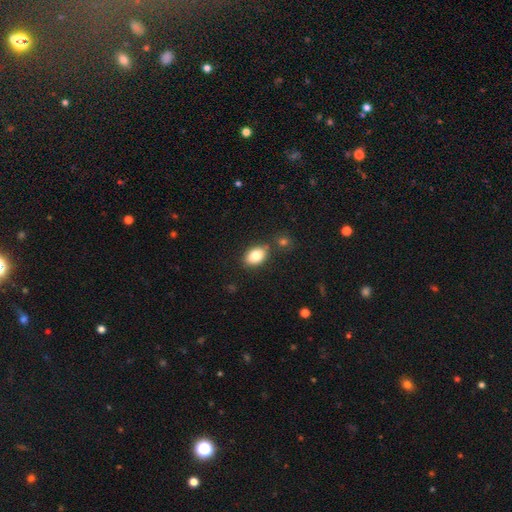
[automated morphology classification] Q: Smooth or featured?
A: smooth (83%); runner-up: featured or disk (9%)
Q: How rounded?
A: in between (84%); runner-up: round (15%)
Q: Merging?
A: none (77%); runner-up: minor disturbance (12%)